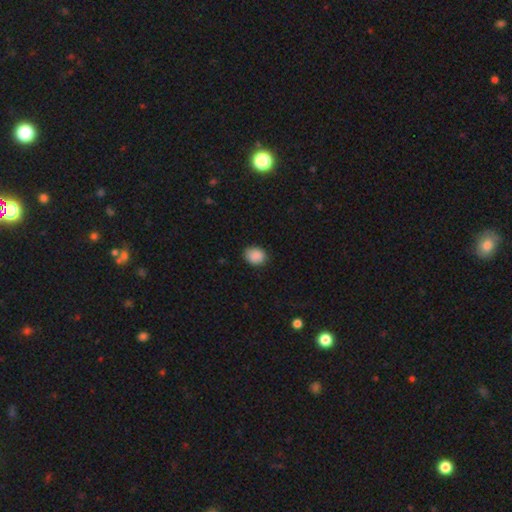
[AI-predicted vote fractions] Smooth or featured: smooth — 89% (star or artifact — 8%)
How rounded: round — 50% (tied with in between — 50%)
Merging: none — 82% (minor disturbance — 14%)